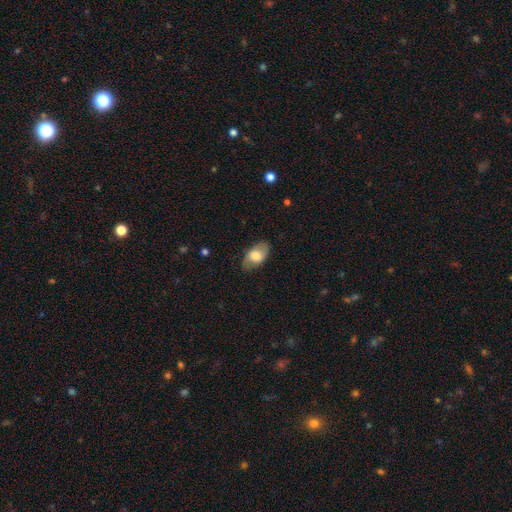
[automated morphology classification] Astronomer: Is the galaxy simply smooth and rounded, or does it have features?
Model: smooth — 67%.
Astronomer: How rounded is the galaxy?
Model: in between — 92%.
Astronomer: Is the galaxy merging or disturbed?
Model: none — 79%.